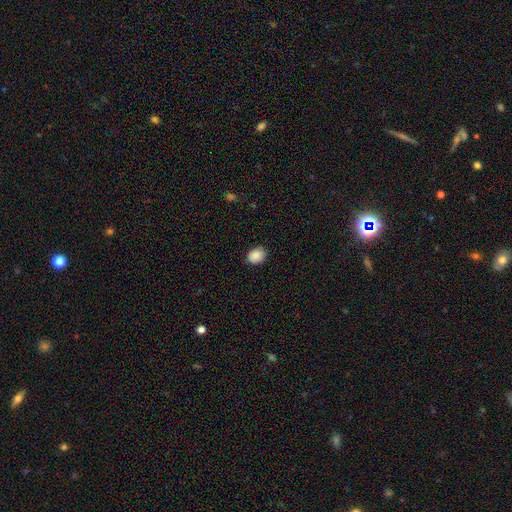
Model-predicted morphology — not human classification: Smooth or featured? smooth (88%)
How rounded? in between (55%)
Merging? none (84%)